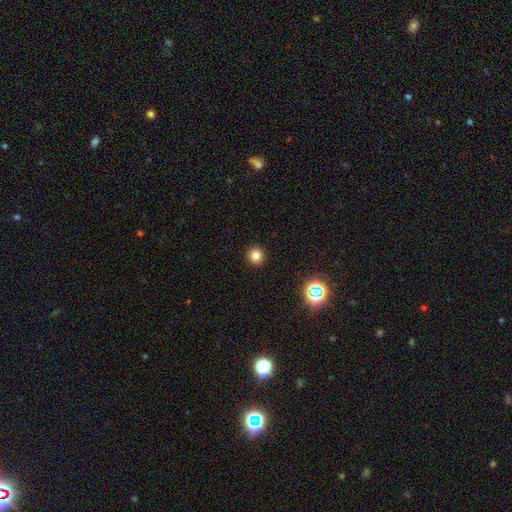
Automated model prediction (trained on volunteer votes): Q: Smooth or featured?
A: smooth (80%); runner-up: star or artifact (15%)
Q: How rounded?
A: round (95%); runner-up: in between (4%)
Q: Merging?
A: none (93%); runner-up: minor disturbance (4%)